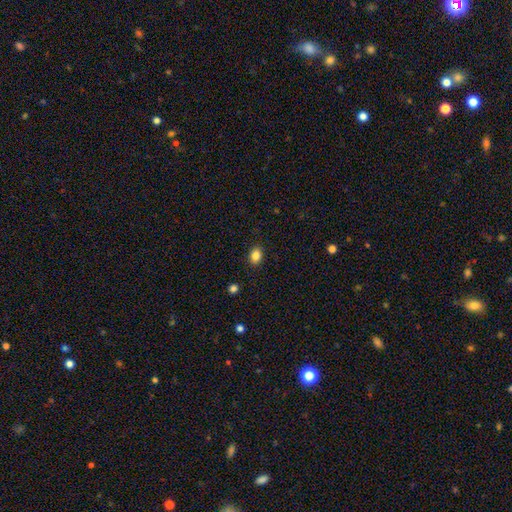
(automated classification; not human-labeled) Q: Smooth or featured?
A: smooth (85%); runner-up: star or artifact (10%)
Q: How rounded?
A: in between (67%); runner-up: round (32%)
Q: Merging?
A: none (89%); runner-up: minor disturbance (8%)